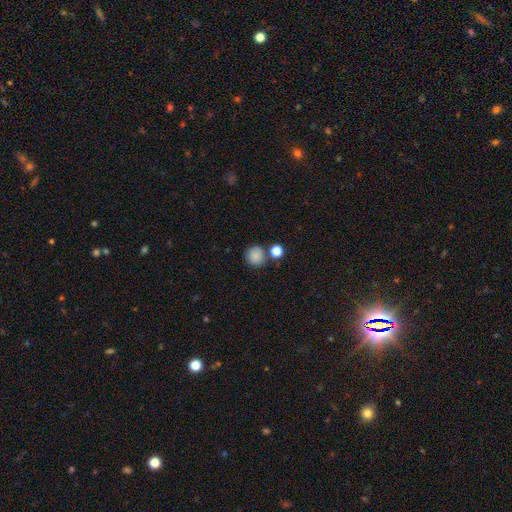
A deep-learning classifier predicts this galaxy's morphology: smooth_or_featured: smooth (p=0.85) [alt: star or artifact p=0.10]
how_rounded: round (p=0.90) [alt: in between p=0.09]
merging: none (p=0.76) [alt: merger p=0.11]